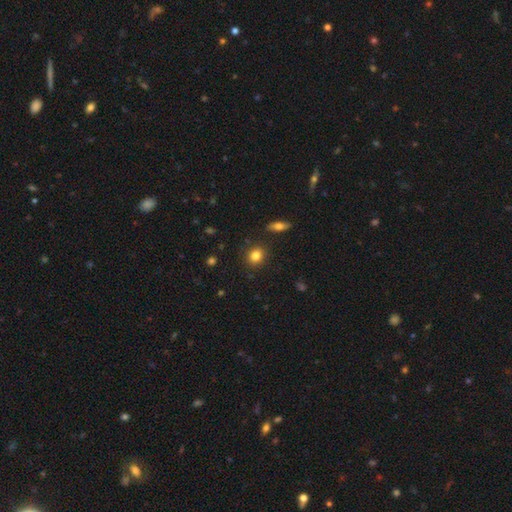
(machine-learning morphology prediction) smooth_or_featured: smooth (p=0.83) [alt: star or artifact p=0.10]
how_rounded: round (p=0.72) [alt: in between p=0.27]
merging: none (p=0.88) [alt: minor disturbance p=0.08]